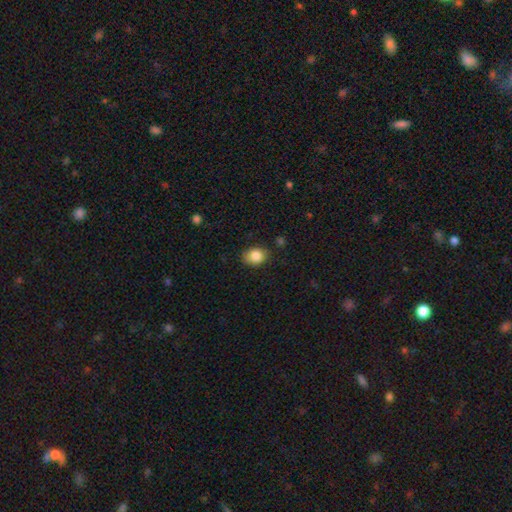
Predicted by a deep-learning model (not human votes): A smooth galaxy with no disk features (86%) that is in between round and cigar-shaped (53%).

Vote fractions:
- Smooth or featured? smooth: 86% / star or artifact: 9% / featured or disk: 5%
- How rounded? in between: 53% / round: 46% / cigar-shaped: 1%
- Merging? none: 78% / minor disturbance: 16% / major disturbance: 4% / merger: 2%